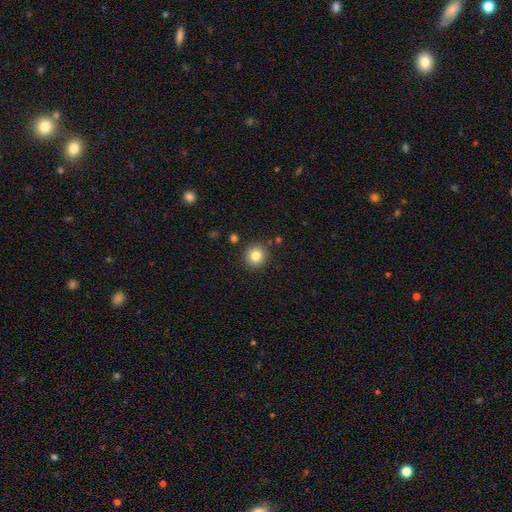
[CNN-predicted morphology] Q: Smooth or featured?
A: smooth (82%); runner-up: star or artifact (11%)
Q: How rounded?
A: round (92%); runner-up: in between (7%)
Q: Merging?
A: none (88%); runner-up: minor disturbance (7%)